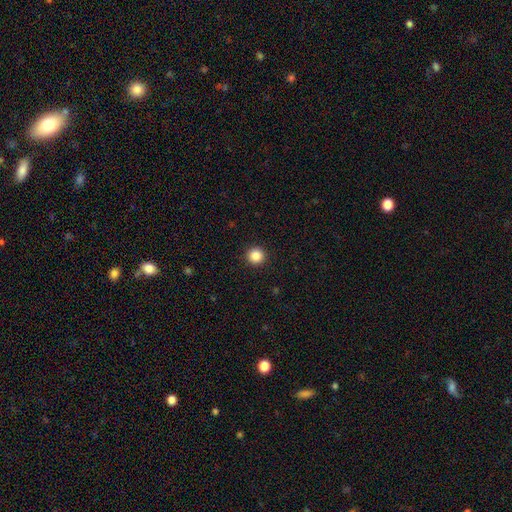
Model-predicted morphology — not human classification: type=smooth (86%); roundness=round (96%); merging=none (93%).